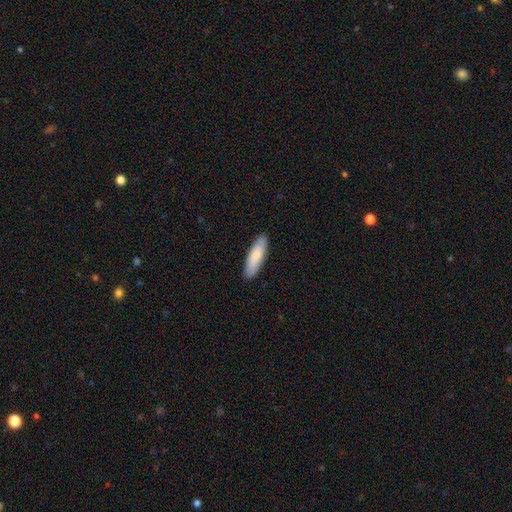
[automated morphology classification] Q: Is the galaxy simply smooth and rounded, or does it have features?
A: smooth — 82%.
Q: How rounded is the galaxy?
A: cigar-shaped — 58%.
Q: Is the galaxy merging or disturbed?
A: none — 89%.